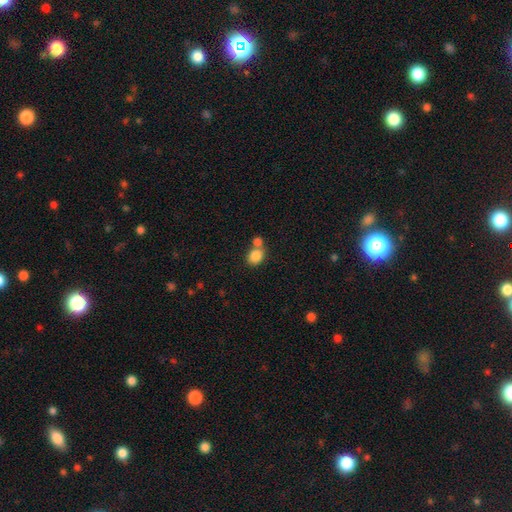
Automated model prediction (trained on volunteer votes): A smooth galaxy with no disk features (85%) that is round (58%).

Vote fractions:
- Smooth or featured? smooth: 85% / star or artifact: 9% / featured or disk: 6%
- How rounded? round: 58% / in between: 41% / cigar-shaped: 1%
- Merging? none: 47% / merger: 41% / minor disturbance: 9% / major disturbance: 3%